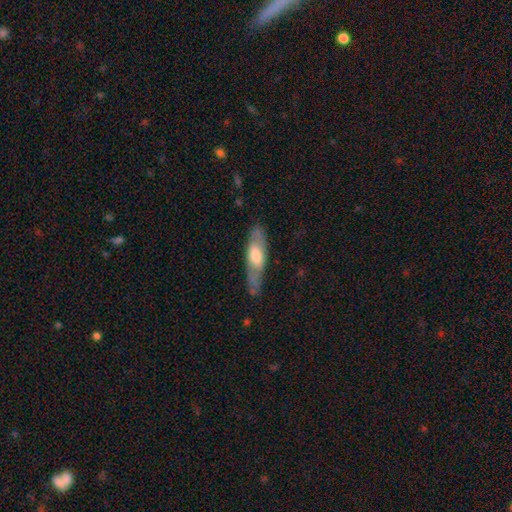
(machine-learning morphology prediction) Q: Smooth or featured?
A: smooth (51%); runner-up: featured or disk (44%)
Q: How rounded?
A: cigar-shaped (56%); runner-up: in between (42%)
Q: Merging?
A: none (71%); runner-up: minor disturbance (20%)